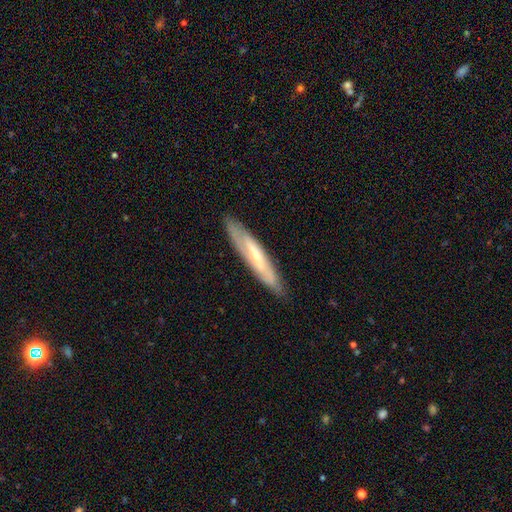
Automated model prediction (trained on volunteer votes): featured or disk 63%, smooth 31%, star or artifact 6%. Down the decision tree: edge-on disk — yes (54%); merging — none (83%).